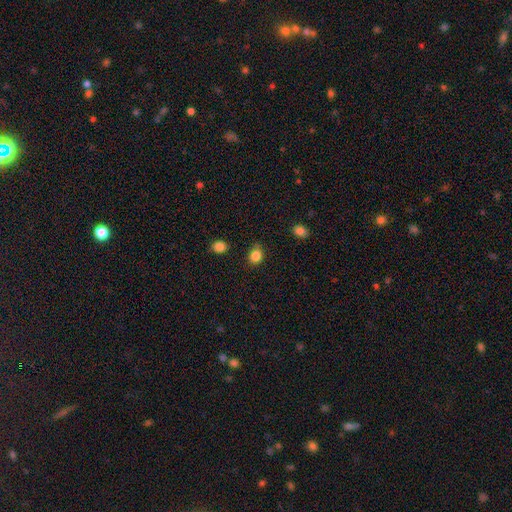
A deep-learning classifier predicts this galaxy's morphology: Overall: smooth (85%). How rounded: round (65%; in between 34%). Merging: none (75%).